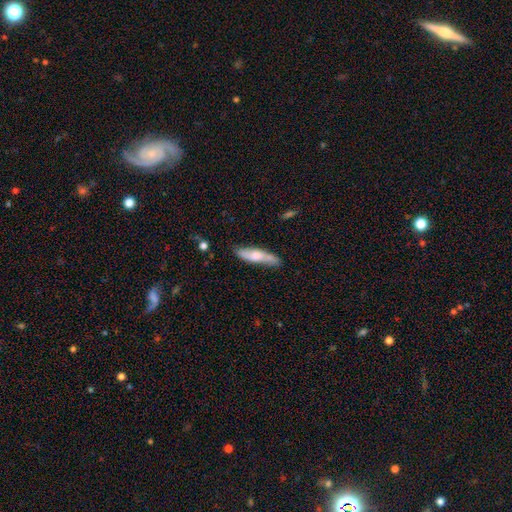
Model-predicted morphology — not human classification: Overall: smooth (60%; featured or disk 34%). How rounded: cigar-shaped (71%). Merging: none (74%).